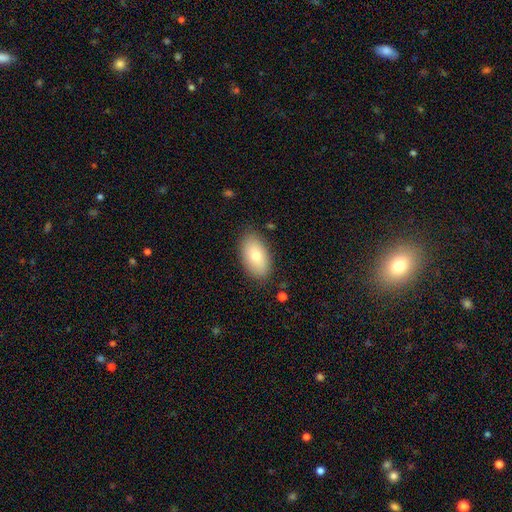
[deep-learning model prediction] This is likely a smooth galaxy (77%). How rounded: clearly in between (93%). Merging: clearly none (85%).